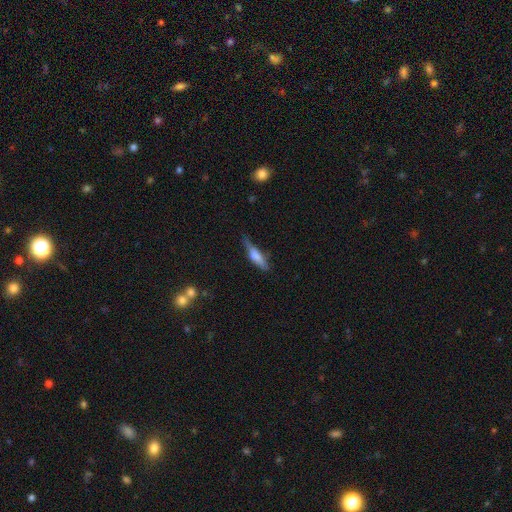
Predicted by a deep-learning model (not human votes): The model was most divided on "smooth or featured": smooth: 60%, featured or disk: 33%, star or artifact: 7%. More confident: how rounded — cigar-shaped (74%); merging — none (59%).